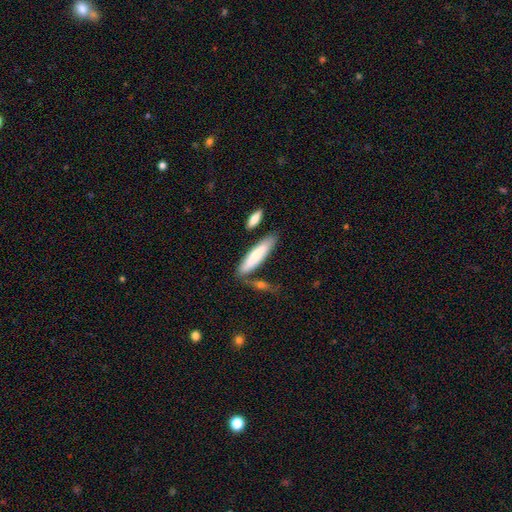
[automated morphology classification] type=smooth (76%); roundness=cigar-shaped (72%); merging=none (73%).